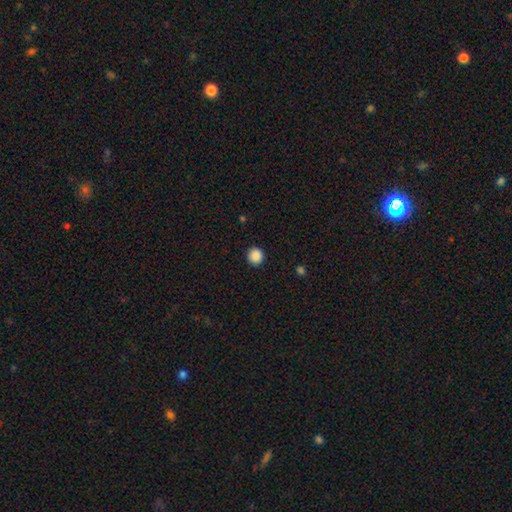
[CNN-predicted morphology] Overall: smooth (88%). How rounded: round (92%). Merging: none (92%).